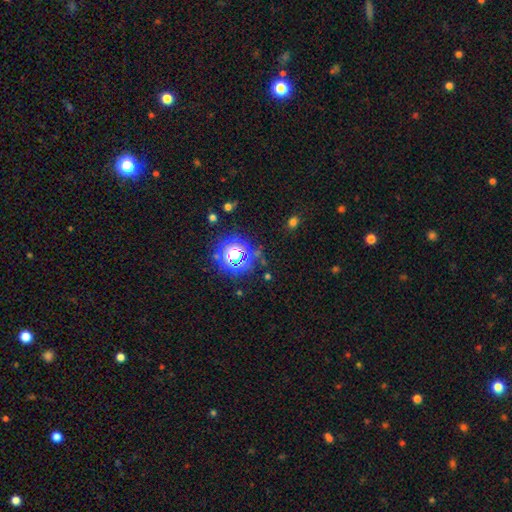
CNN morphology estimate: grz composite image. It shows a star or artifact, not a galaxy (77%).